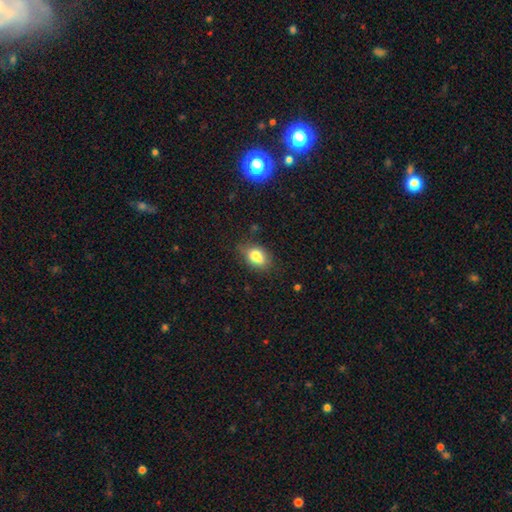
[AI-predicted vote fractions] Overall: smooth (80%). How rounded: in between (77%). Merging: none (66%).